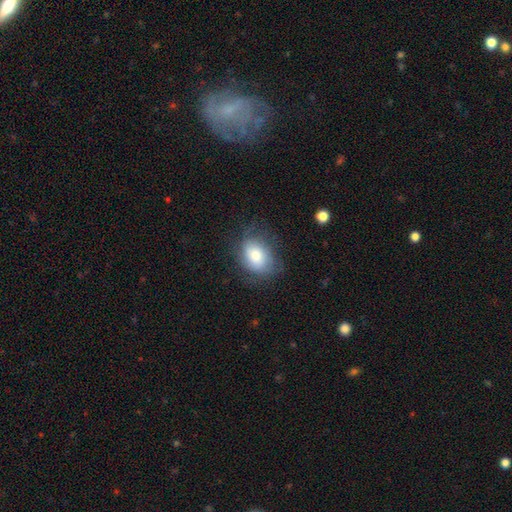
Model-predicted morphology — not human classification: Smooth or featured?
  - smooth: 76% *
  - featured or disk: 16%
  - star or artifact: 8%
How rounded?
  - in between: 72% *
  - round: 27%
  - cigar-shaped: 1%
Merging?
  - none: 60% *
  - minor disturbance: 26%
  - major disturbance: 13%
  - merger: 1%